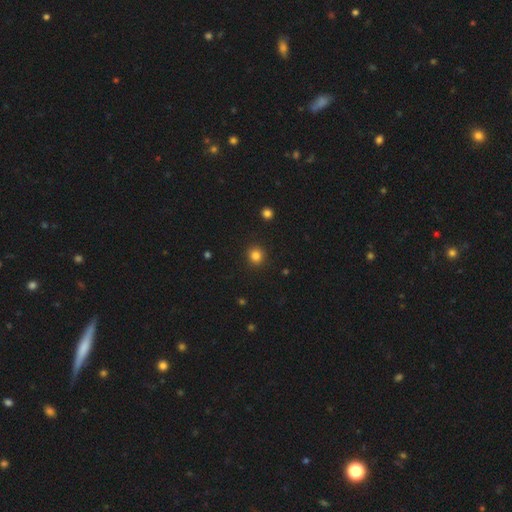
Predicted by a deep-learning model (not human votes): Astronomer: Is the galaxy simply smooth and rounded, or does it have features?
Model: smooth — 83%.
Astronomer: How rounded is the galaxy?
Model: round — 91%.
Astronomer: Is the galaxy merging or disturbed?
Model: none — 91%.